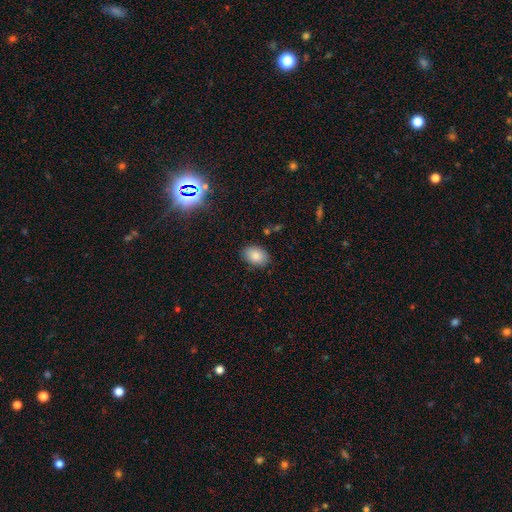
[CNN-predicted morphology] The model was most divided on "how rounded": in between: 82%, round: 17%, cigar-shaped: 1%. More confident: smooth or featured — smooth (85%); merging — none (85%).